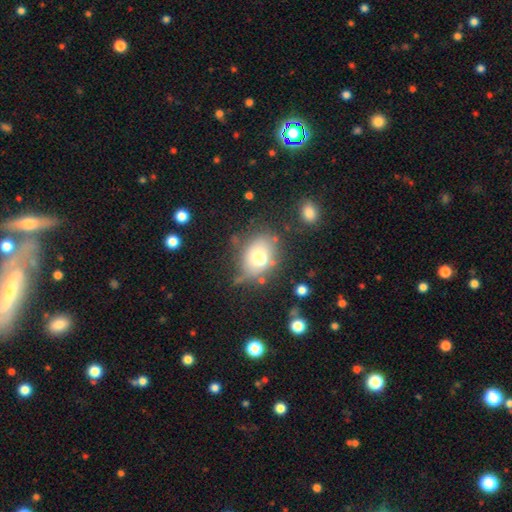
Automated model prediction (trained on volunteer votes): Overall: smooth (58%; featured or disk 22%). How rounded: in between (50%; round 49%). Merging: none (67%).